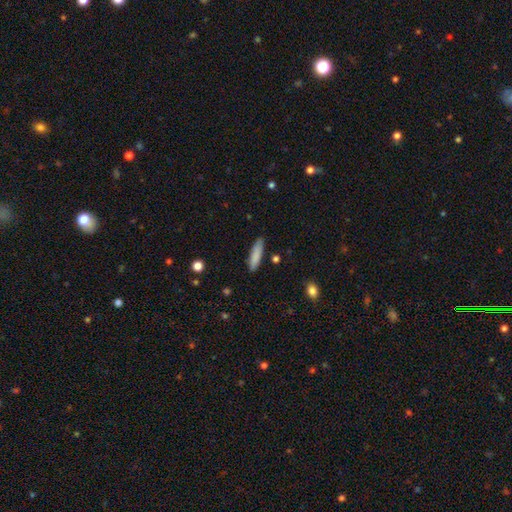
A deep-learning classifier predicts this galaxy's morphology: This is clearly a smooth galaxy (84%). How rounded: likely cigar-shaped (76%). Merging: clearly none (84%).